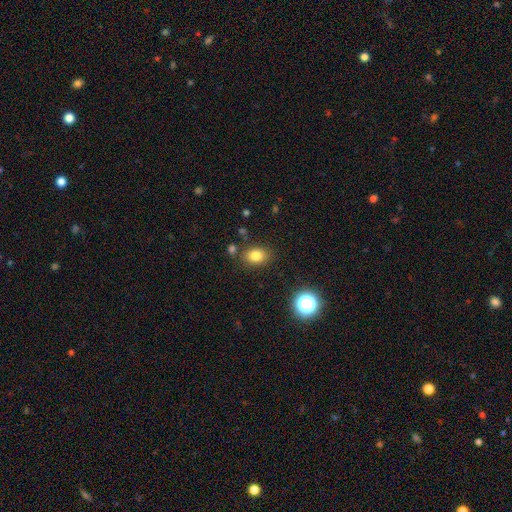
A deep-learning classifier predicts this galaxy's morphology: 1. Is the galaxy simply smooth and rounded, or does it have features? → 81% smooth, 12% star or artifact, 7% featured or disk.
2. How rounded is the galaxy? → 65% in between, 33% round, 1% cigar-shaped.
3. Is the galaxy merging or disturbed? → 82% none, 11% minor disturbance, 4% merger, 3% major disturbance.